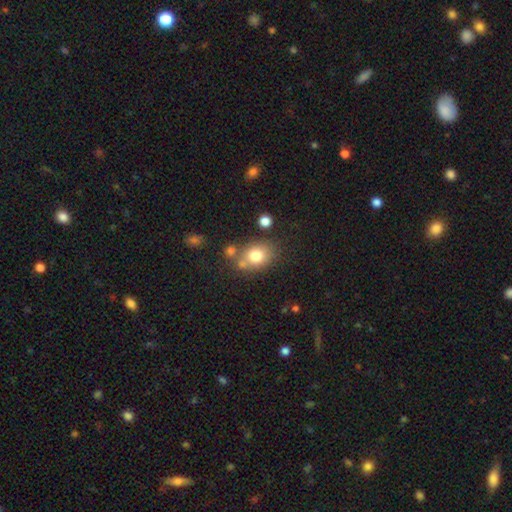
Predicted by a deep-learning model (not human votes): smooth 77%, featured or disk 12%, star or artifact 10%. Down the decision tree: how rounded — in between (53%); merging — none (61%).